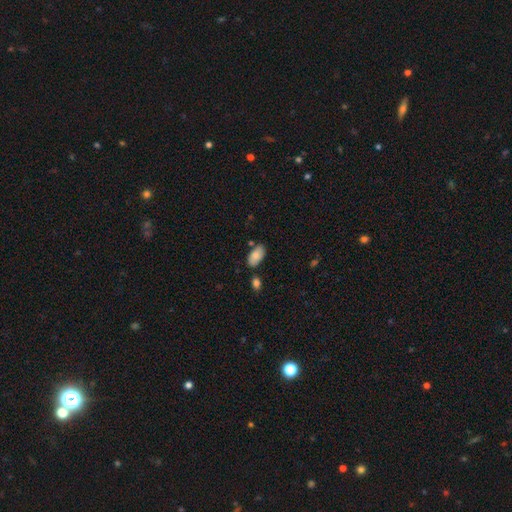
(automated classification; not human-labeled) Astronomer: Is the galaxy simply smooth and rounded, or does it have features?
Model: smooth — 83%.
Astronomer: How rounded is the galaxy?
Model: in between — 95%.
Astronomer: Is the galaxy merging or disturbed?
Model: none — 74%.